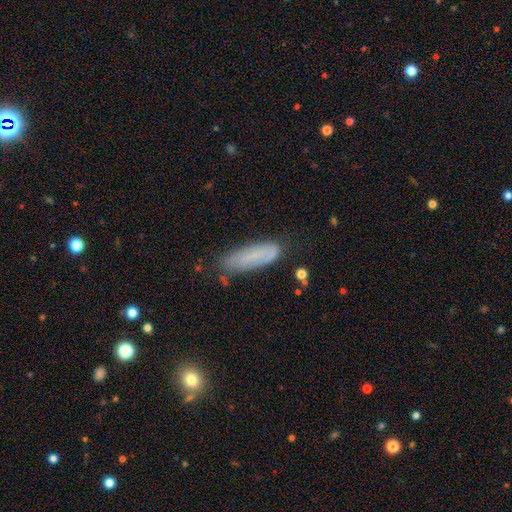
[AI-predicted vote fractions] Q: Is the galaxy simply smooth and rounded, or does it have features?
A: smooth — 69%.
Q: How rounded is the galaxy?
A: cigar-shaped — 53%.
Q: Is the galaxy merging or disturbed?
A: none — 67%.